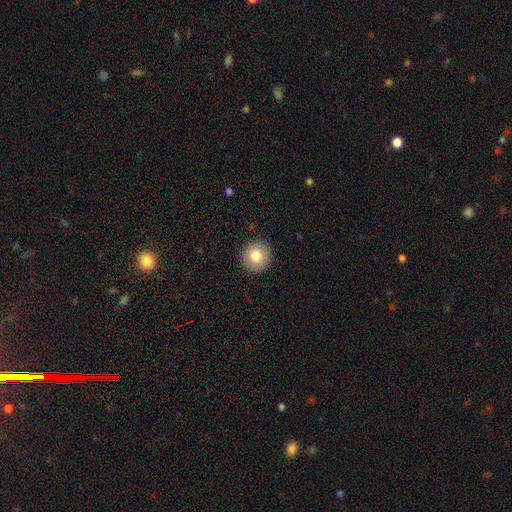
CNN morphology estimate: smooth-or-featured: smooth: 80% | featured or disk: 11% | star or artifact: 9%
  how-rounded: round: 91% | in between: 8% | cigar-shaped: 1%
  merging: none: 91% | minor disturbance: 6% | major disturbance: 2% | merger: 1%